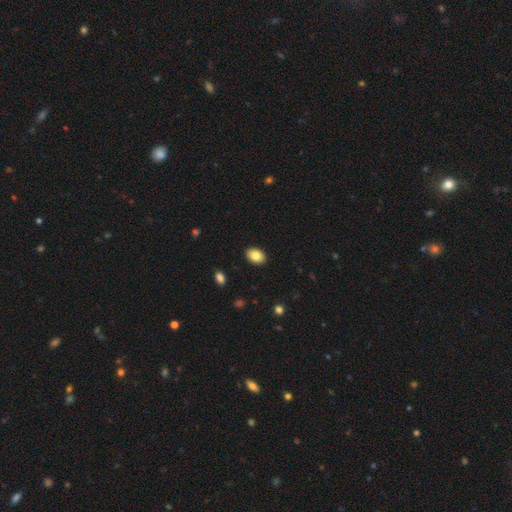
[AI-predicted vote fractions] Smooth or featured?
  - smooth: 84% *
  - featured or disk: 8%
  - star or artifact: 8%
How rounded?
  - in between: 82% *
  - round: 17%
  - cigar-shaped: 1%
Merging?
  - none: 90% *
  - minor disturbance: 7%
  - major disturbance: 2%
  - merger: 1%